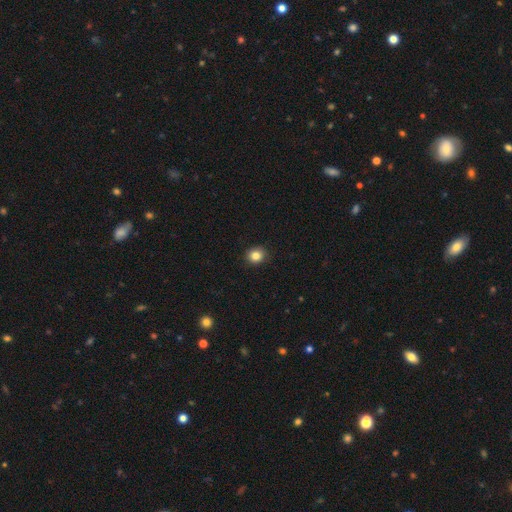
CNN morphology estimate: Smooth or featured? smooth (85%)
How rounded? round (77%)
Merging? none (91%)